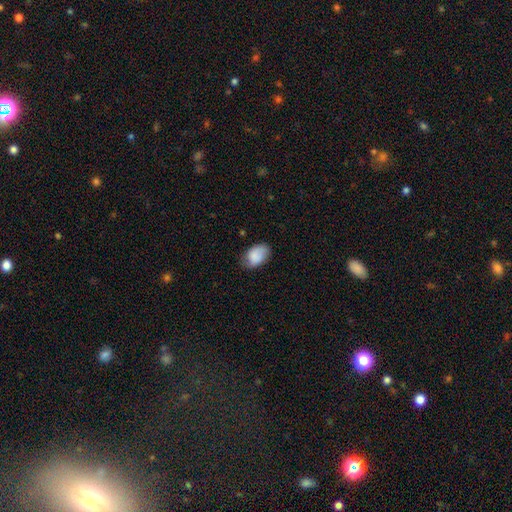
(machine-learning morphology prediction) smooth 83%, featured or disk 10%, star or artifact 7%. Down the decision tree: how rounded — in between (89%); merging — none (69%).